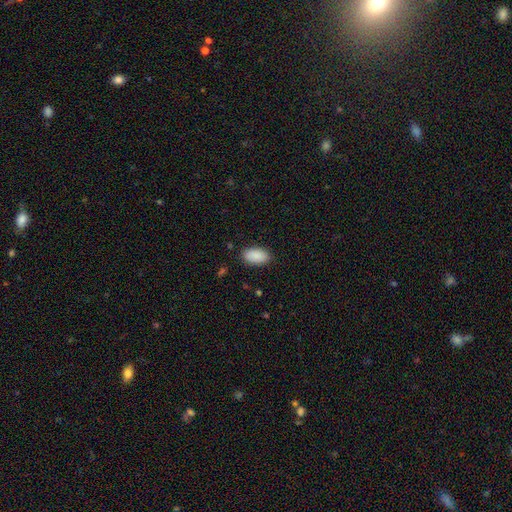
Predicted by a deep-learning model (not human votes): Smooth or featured: smooth — 90% (star or artifact — 6%)
How rounded: in between — 94% (round — 3%)
Merging: none — 87% (minor disturbance — 9%)